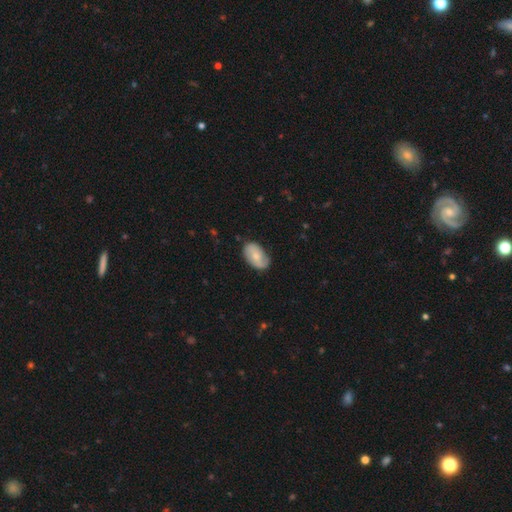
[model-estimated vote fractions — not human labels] Overall: smooth (51%; featured or disk 43%). How rounded: in between (91%). Merging: none (70%).